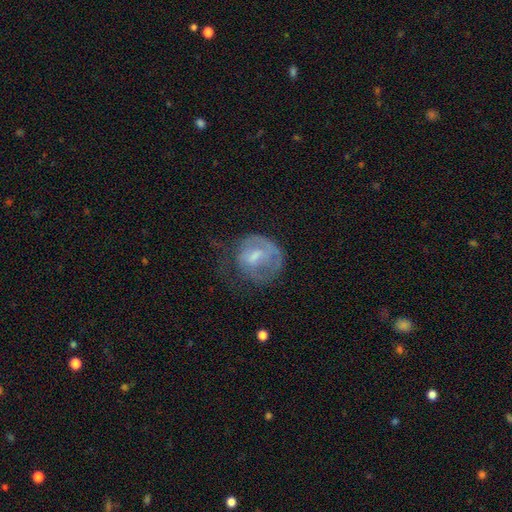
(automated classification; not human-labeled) This is possibly a featured or disk galaxy (52%). It is clearly not viewed edge-on (96%). Bar: possibly weak (46%). Spiral arm pattern: possibly yes (52%). Central bulge: marginally moderate (43%). Merging: marginally none (40%).